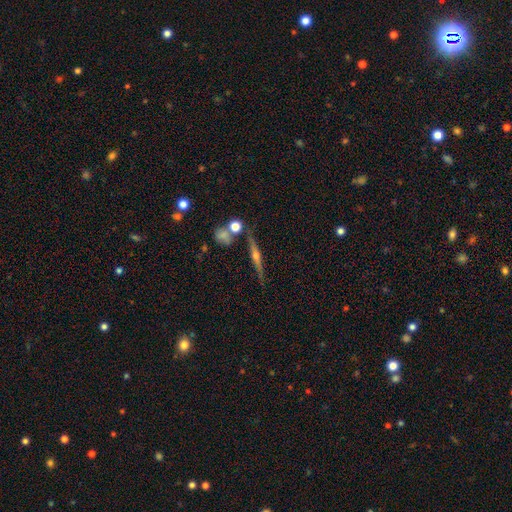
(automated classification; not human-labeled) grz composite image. It shows a featured or disk galaxy (78%) viewed edge-on (97%) with a rounded central bulge (91%). Merging: none (83%).